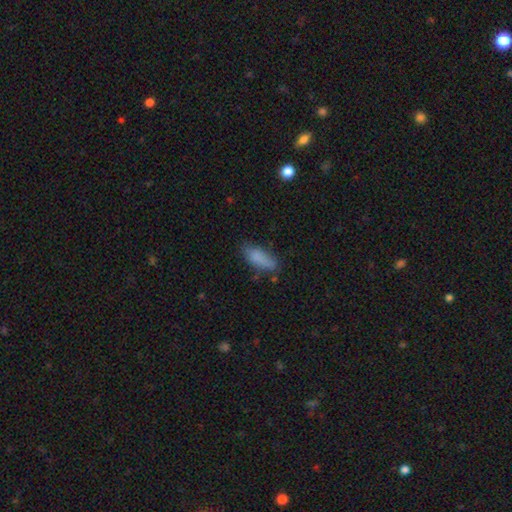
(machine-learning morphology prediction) This is clearly a smooth galaxy (82%). How rounded: likely in between (62%). Merging: likely none (64%).